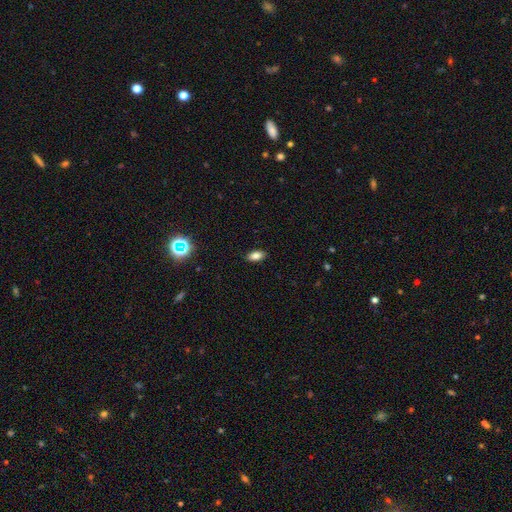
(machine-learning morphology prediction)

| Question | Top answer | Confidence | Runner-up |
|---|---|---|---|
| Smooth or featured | smooth | 82% | star or artifact (11%) |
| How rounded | in between | 89% | cigar-shaped (7%) |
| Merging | none | 89% | minor disturbance (8%) |